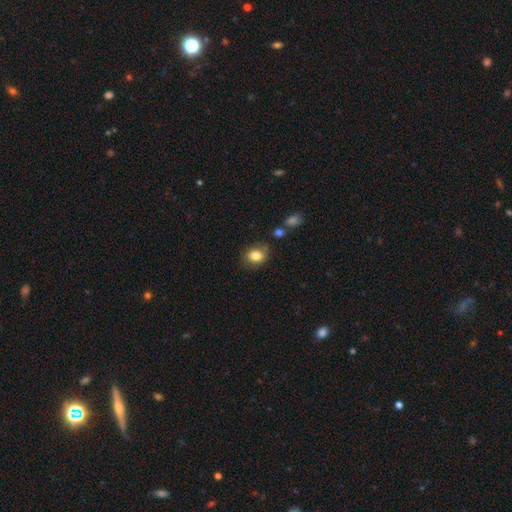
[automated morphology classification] A smooth galaxy with no disk features (82%) that is round (53%). Merging: none (70%).